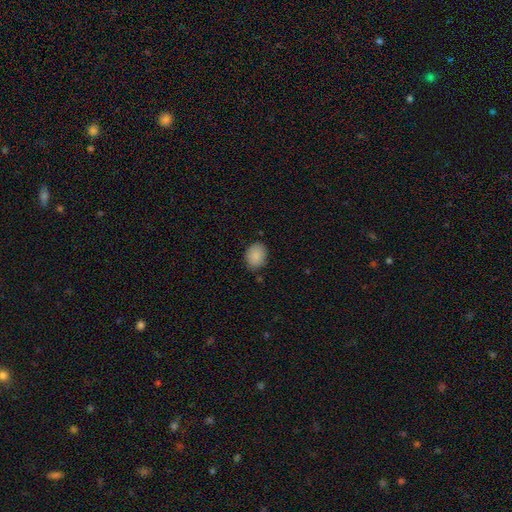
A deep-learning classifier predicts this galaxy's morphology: A smooth galaxy with no disk features (88%) that is in between round and cigar-shaped (52%).

Vote fractions:
- Smooth or featured? smooth: 88% / star or artifact: 8% / featured or disk: 4%
- How rounded? in between: 52% / round: 47% / cigar-shaped: 1%
- Merging? none: 82% / minor disturbance: 14% / major disturbance: 3% / merger: 2%